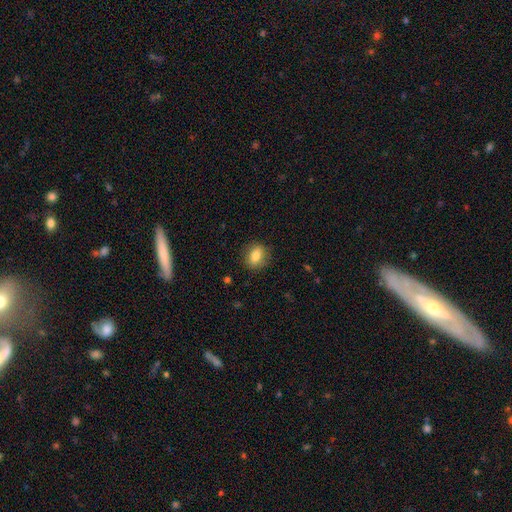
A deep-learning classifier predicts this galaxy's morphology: Smooth or featured? Predicted: smooth (p=0.80). How rounded? Predicted: in between (p=0.60). Merging? Predicted: none (p=0.85).